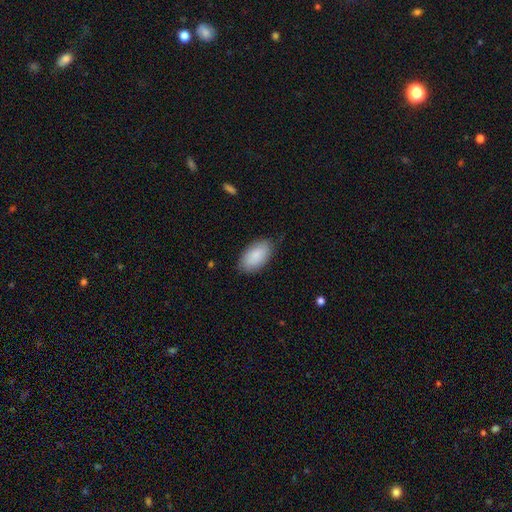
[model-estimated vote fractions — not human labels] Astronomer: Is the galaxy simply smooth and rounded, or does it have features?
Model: smooth — 87%.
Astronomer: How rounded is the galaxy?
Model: in between — 95%.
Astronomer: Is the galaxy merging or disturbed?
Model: none — 80%.